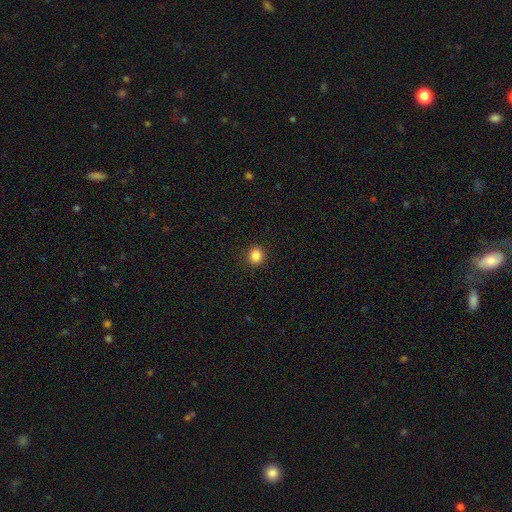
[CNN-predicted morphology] Smooth or featured: smooth — 85% (star or artifact — 11%)
How rounded: round — 82% (in between — 17%)
Merging: none — 91% (minor disturbance — 6%)